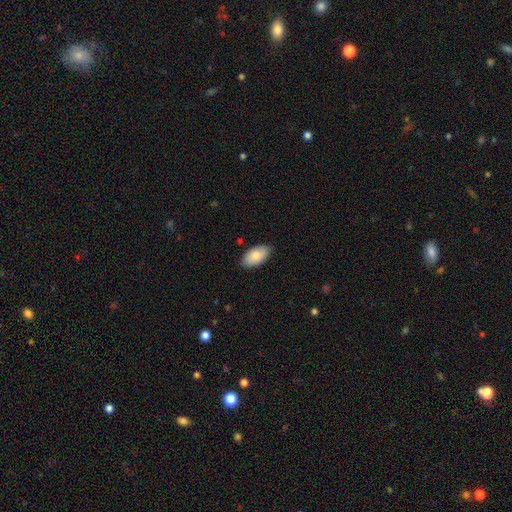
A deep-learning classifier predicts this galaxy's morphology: Smooth or featured: smooth — 80% (featured or disk — 14%)
How rounded: in between — 95% (round — 3%)
Merging: none — 85% (minor disturbance — 12%)